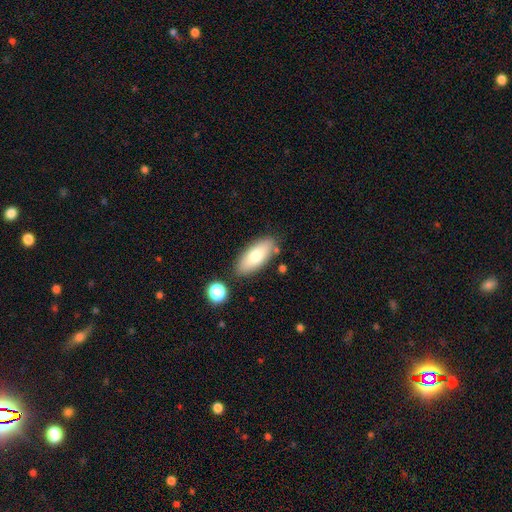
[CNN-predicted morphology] This appears to be a smooth galaxy with no disk features (75%) that is in between round and cigar-shaped (79%). Merging: none (82%).